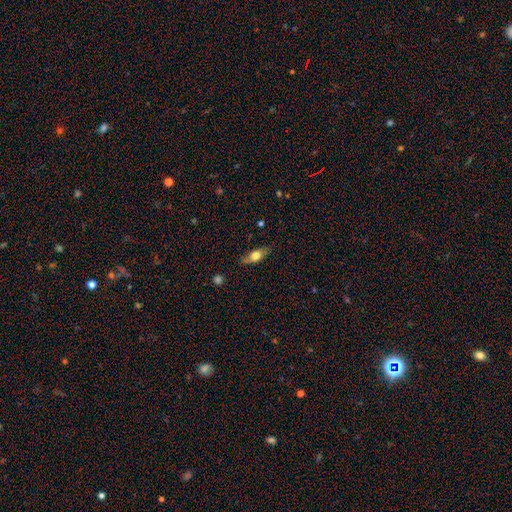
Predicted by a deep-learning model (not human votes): A smooth galaxy with no disk features (58%) that is in between round and cigar-shaped (64%).

Vote fractions:
- Smooth or featured? smooth: 58% / featured or disk: 35% / star or artifact: 7%
- How rounded? in between: 64% / cigar-shaped: 30% / round: 6%
- Merging? none: 79% / minor disturbance: 16% / major disturbance: 3% / merger: 1%